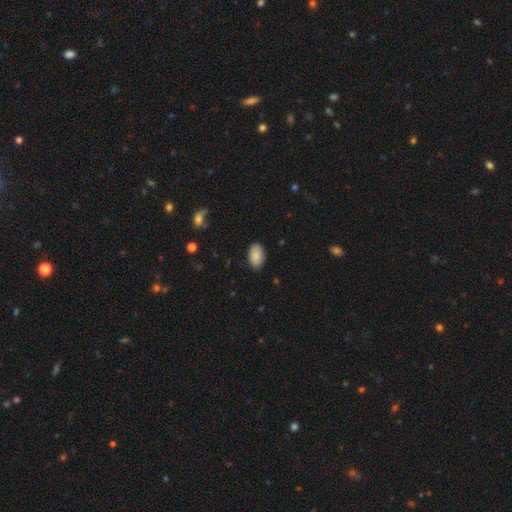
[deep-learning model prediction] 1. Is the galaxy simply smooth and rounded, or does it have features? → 88% smooth, 7% star or artifact, 6% featured or disk.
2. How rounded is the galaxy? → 93% in between, 6% round, 1% cigar-shaped.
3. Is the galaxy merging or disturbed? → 85% none, 12% minor disturbance, 2% major disturbance, 1% merger.